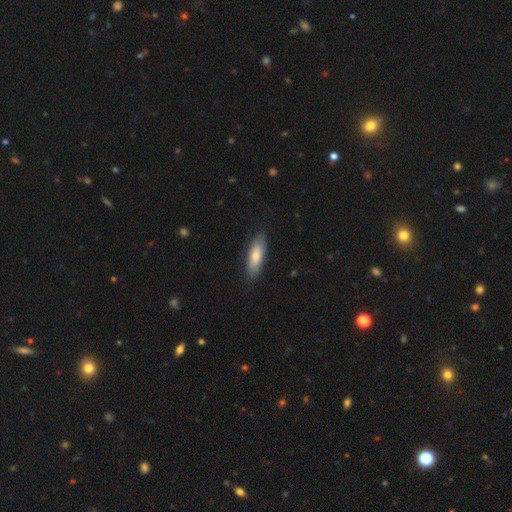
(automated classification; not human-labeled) Morphology: type=smooth (74%); roundness=in between (61%); merging=none (80%).